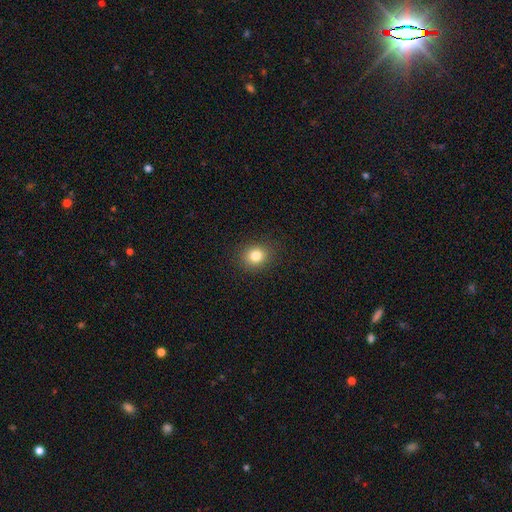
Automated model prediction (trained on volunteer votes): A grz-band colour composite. It shows a smooth galaxy with no disk features (82%) that is round (69%). Merging: none (88%).